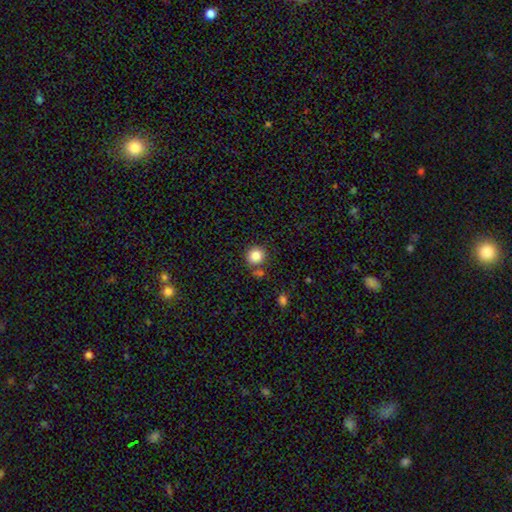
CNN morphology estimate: This is clearly a smooth galaxy (85%). How rounded: clearly round (92%). Merging: likely none (80%).